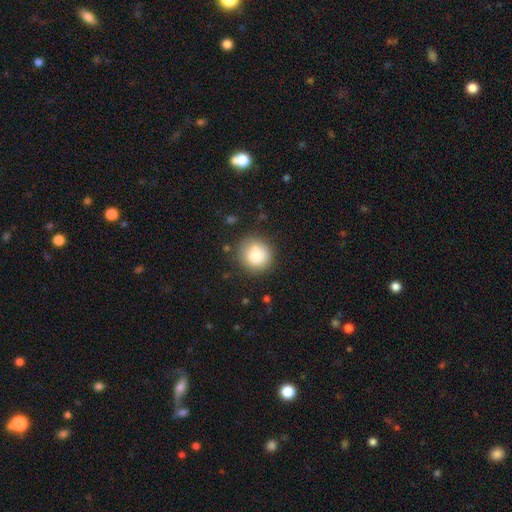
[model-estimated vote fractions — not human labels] The model was most divided on "merging": none: 82%, minor disturbance: 12%, major disturbance: 4%, merger: 2%. More confident: how rounded — round (90%); smooth or featured — smooth (83%).